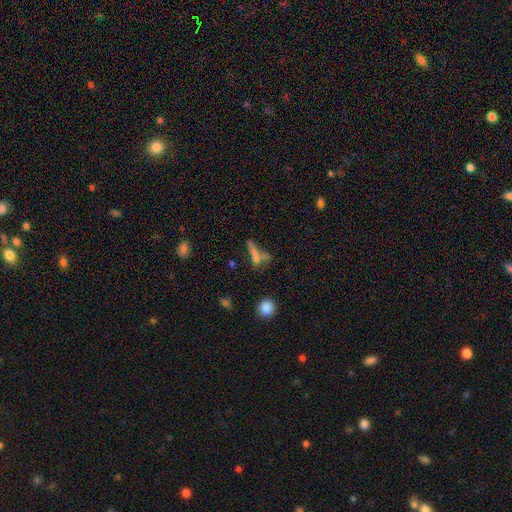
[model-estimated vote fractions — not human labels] Smooth or featured?
  - smooth: 55% *
  - featured or disk: 27%
  - star or artifact: 18%
How rounded?
  - cigar-shaped: 59% *
  - in between: 27%
  - round: 14%
Merging?
  - none: 41% *
  - merger: 33%
  - major disturbance: 13%
  - minor disturbance: 13%